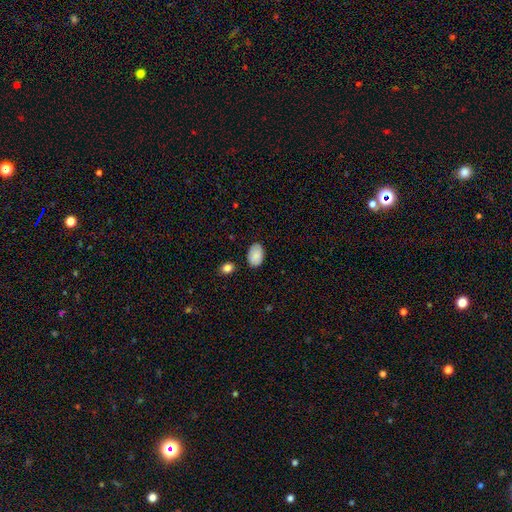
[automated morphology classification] The model was most divided on "merging": none: 79%, minor disturbance: 16%, major disturbance: 3%, merger: 2%. More confident: how rounded — in between (90%); smooth or featured — smooth (86%).